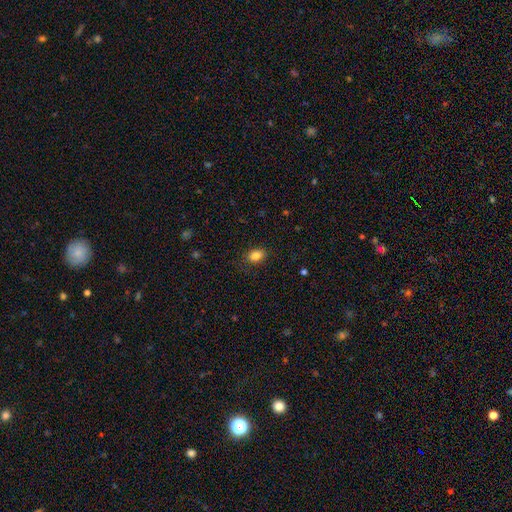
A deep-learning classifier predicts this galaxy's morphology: smooth_or_featured: smooth (p=0.84) [alt: star or artifact p=0.10]
how_rounded: in between (p=0.80) [alt: round p=0.19]
merging: none (p=0.86) [alt: minor disturbance p=0.11]